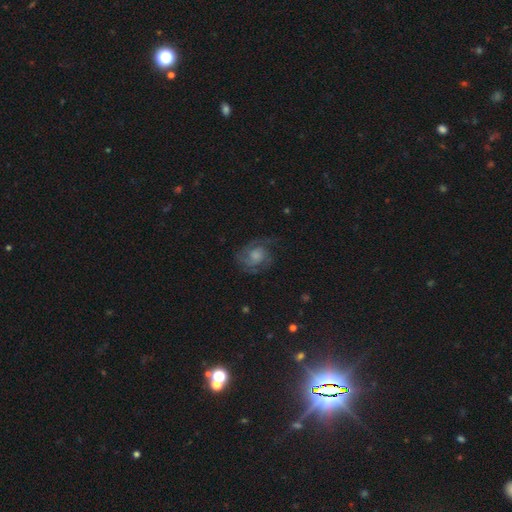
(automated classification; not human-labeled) A featured or disk galaxy (74%) with no bar (72%), 2 (56%) medium (44%) spiral arms (94%) and a moderate central bulge (32%).

Vote fractions:
- Smooth or featured? featured or disk: 74% / smooth: 19% / star or artifact: 8%
- Edge-on disk? no: 98% / yes: 2%
- Bar? no: 72% / weak: 25% / strong: 4%
- Spiral arms? yes: 94% / no: 6%
- Spiral winding? medium: 44% / tight: 41% / loose: 15%
- Spiral arm count? 2: 56% / can't tell: 15% / 3: 15% / 1: 7% / 4: 4% / more than 4: 4%
- Bulge size? moderate: 32% / large: 25% / small: 22% / none: 18% / dominant: 3%
- Merging? none: 66% / minor disturbance: 19% / major disturbance: 14% / merger: 1%